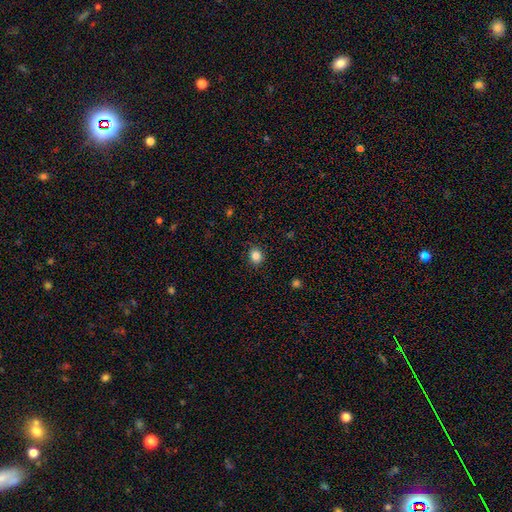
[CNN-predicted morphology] smooth 85%, star or artifact 11%, featured or disk 4%. Down the decision tree: how rounded — round (71%); merging — none (87%).